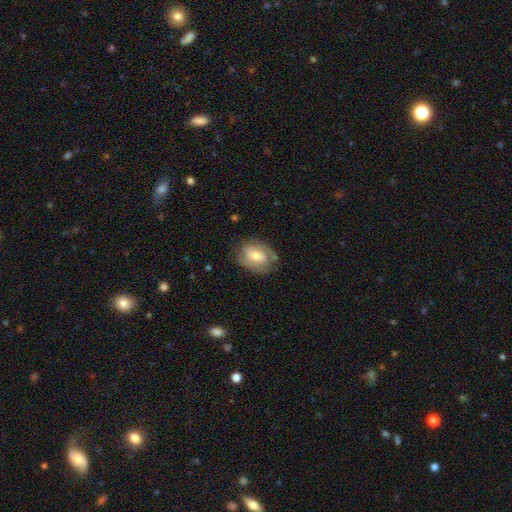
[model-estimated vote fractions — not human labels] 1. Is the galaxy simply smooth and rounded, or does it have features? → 47% featured or disk, 46% smooth, 7% star or artifact.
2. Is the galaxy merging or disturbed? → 72% none, 20% minor disturbance, 6% major disturbance, 2% merger.